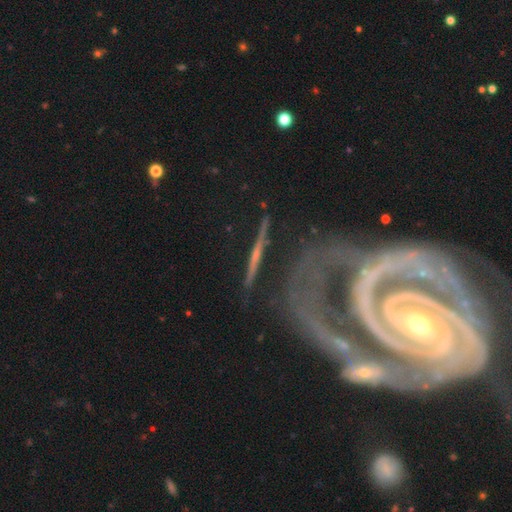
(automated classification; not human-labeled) Q: Smooth or featured?
A: featured or disk (73%); runner-up: smooth (17%)
Q: Edge-on disk?
A: yes (82%); runner-up: no (18%)
Q: Edge-on bulge?
A: rounded (45%); runner-up: none (42%)
Q: Merging?
A: none (75%); runner-up: minor disturbance (13%)